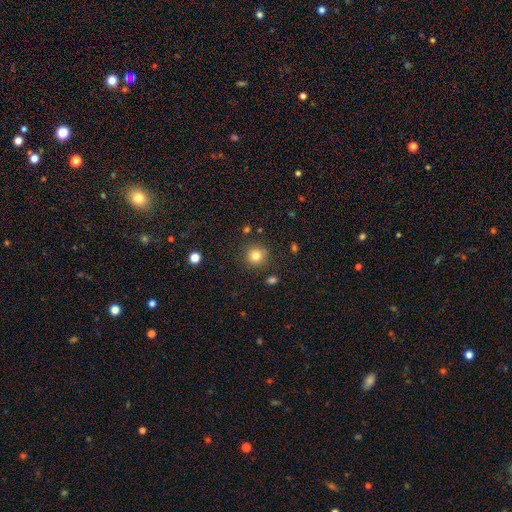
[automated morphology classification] This appears to be a smooth galaxy with no disk features (80%) that is round (93%). Merging: none (87%).